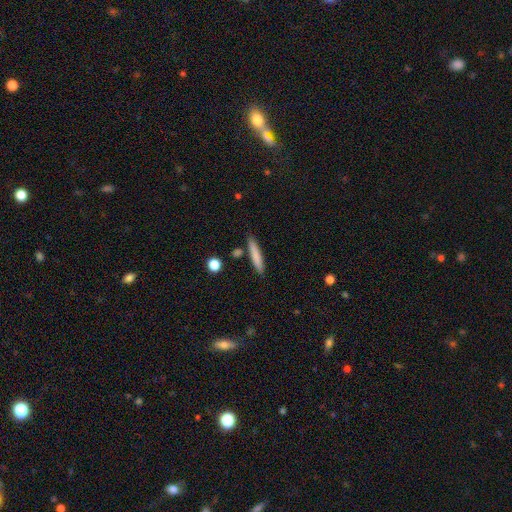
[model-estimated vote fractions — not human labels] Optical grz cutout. It shows a smooth galaxy with no disk features (79%) that is cigar-shaped (91%). Merging: none (84%).